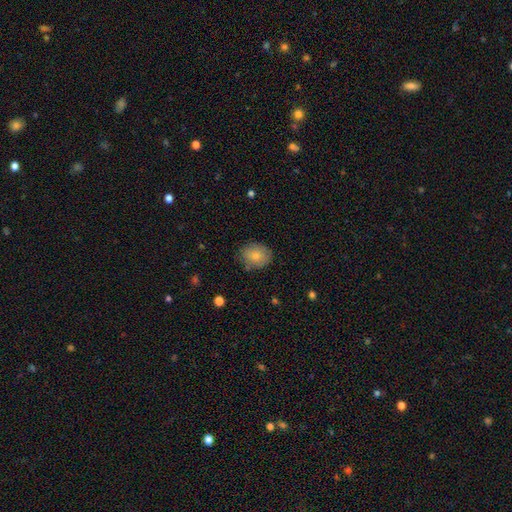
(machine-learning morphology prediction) Smooth or featured: smooth — 79% (featured or disk — 13%)
How rounded: round — 57% (in between — 42%)
Merging: none — 81% (minor disturbance — 14%)